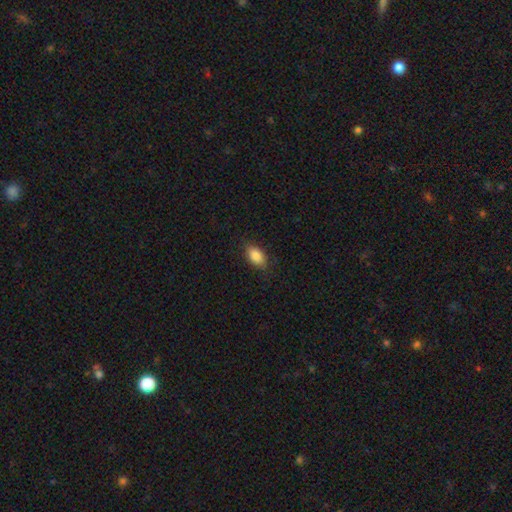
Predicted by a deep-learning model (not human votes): smooth_or_featured: smooth (p=0.87) [alt: star or artifact p=0.07]
how_rounded: in between (p=0.90) [alt: round p=0.07]
merging: none (p=0.85) [alt: minor disturbance p=0.12]